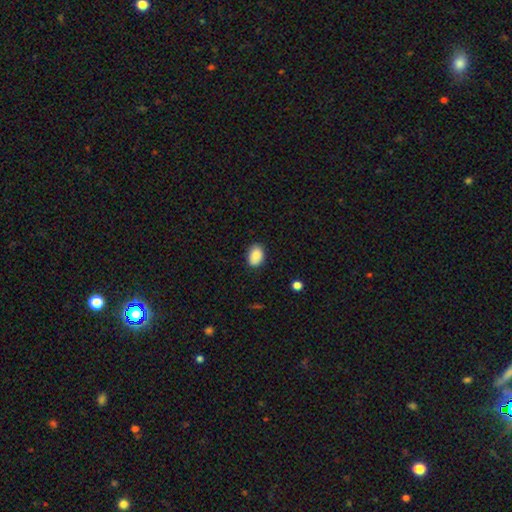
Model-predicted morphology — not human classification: Smooth or featured: smooth — 88% (star or artifact — 7%)
How rounded: in between — 80% (round — 19%)
Merging: none — 84% (minor disturbance — 13%)